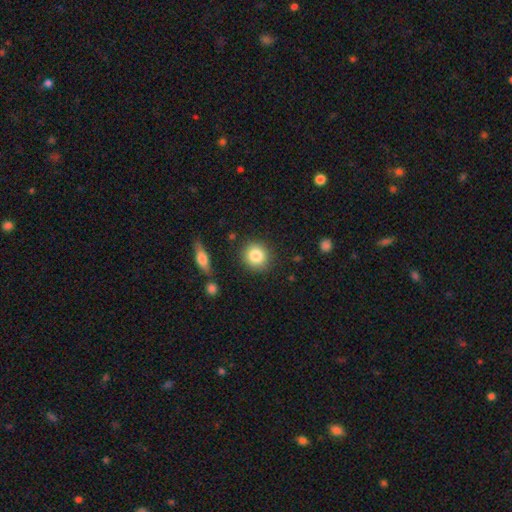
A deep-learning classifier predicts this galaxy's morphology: smooth-or-featured: smooth: 84% | star or artifact: 8% | featured or disk: 8%
  how-rounded: round: 88% | in between: 11% | cigar-shaped: 1%
  merging: none: 87% | minor disturbance: 8% | merger: 3% | major disturbance: 3%